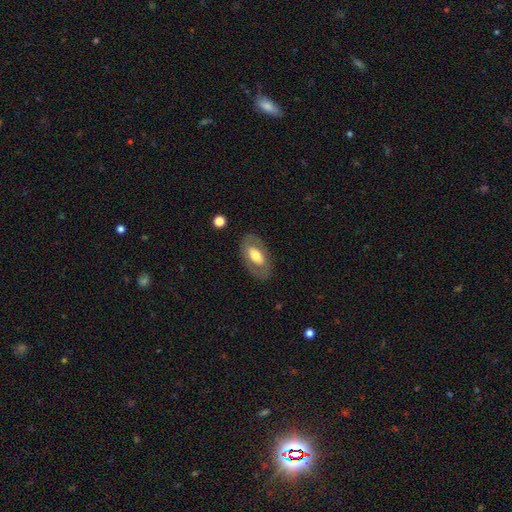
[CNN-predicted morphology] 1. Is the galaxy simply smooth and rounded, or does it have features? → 48% smooth, 46% featured or disk, 6% star or artifact.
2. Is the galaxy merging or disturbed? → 81% none, 12% minor disturbance, 6% major disturbance, 1% merger.